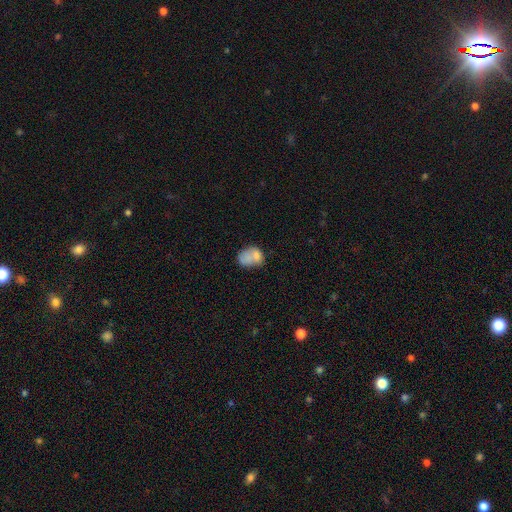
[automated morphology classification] The model was most divided on "merging": merger: 32%, none: 30%, minor disturbance: 23%, major disturbance: 15%. More confident: smooth or featured — smooth (71%); how rounded — in between (67%).